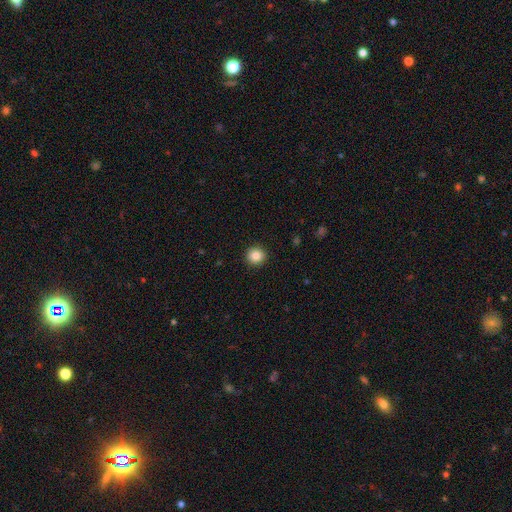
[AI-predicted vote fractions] Smooth or featured?
  - smooth: 86% *
  - star or artifact: 10%
  - featured or disk: 4%
How rounded?
  - round: 94% *
  - in between: 5%
  - cigar-shaped: 1%
Merging?
  - none: 93% *
  - minor disturbance: 5%
  - major disturbance: 2%
  - merger: 1%